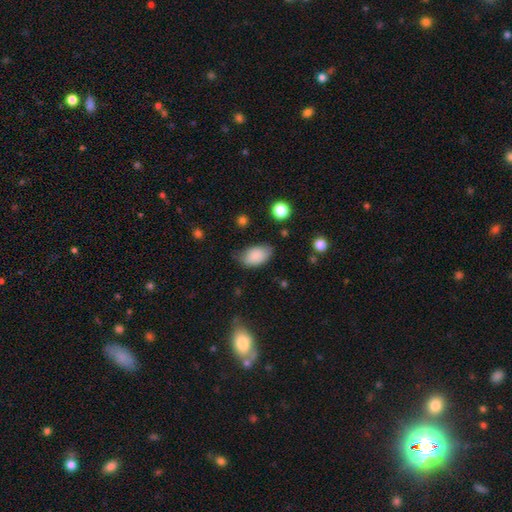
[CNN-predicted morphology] This appears to be a smooth galaxy with no disk features (86%) that is in between round and cigar-shaped (92%). Merging: none (65%).